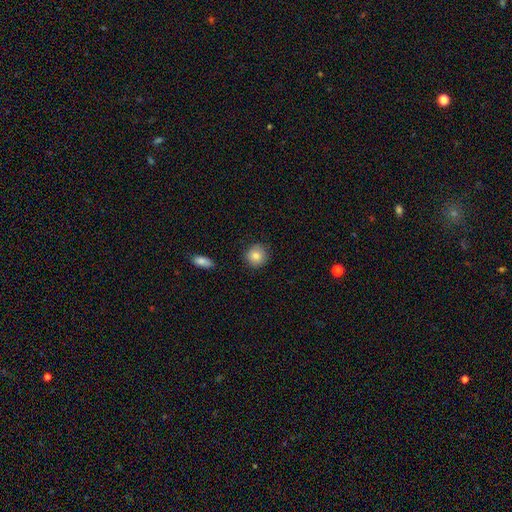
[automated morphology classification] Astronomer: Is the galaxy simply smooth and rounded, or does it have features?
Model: smooth — 85%.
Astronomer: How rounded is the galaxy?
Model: round — 90%.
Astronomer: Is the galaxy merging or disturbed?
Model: none — 87%.